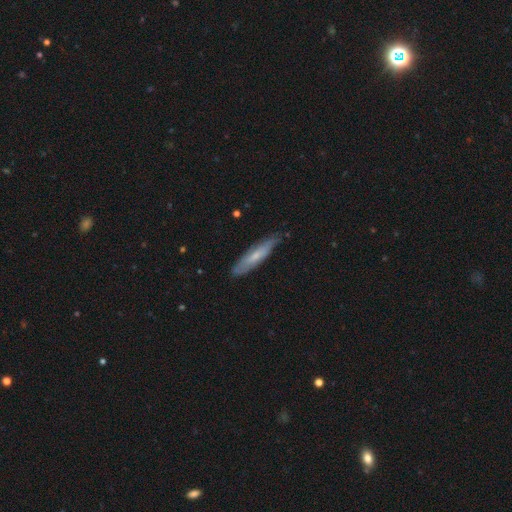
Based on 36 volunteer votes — This appears to be a featured or disk galaxy (53%) viewed edge-on (63%) with no central bulge (58%). Merging: none (66%).